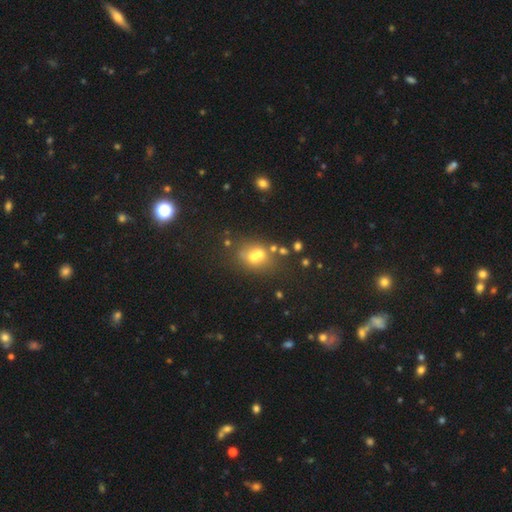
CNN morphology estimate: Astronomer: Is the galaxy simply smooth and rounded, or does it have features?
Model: smooth — 54%.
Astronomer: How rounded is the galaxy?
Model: round — 60% (runner-up: in between, 38%).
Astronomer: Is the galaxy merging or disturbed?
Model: merger — 47% (runner-up: none, 38%).